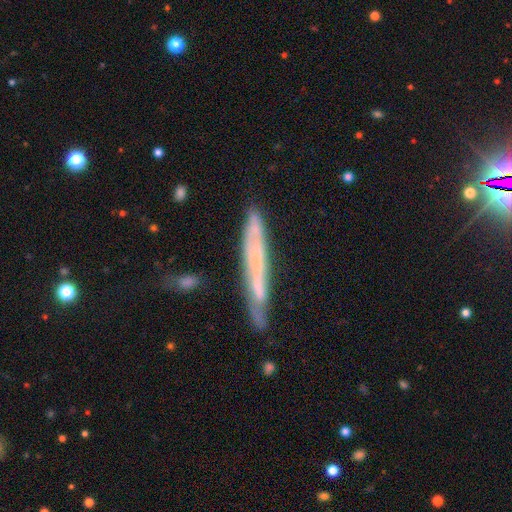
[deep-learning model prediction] Smooth or featured: featured or disk — 55% (smooth — 37%)
Edge-on disk: yes — 76% (no — 24%)
Merging: none — 66% (minor disturbance — 23%)